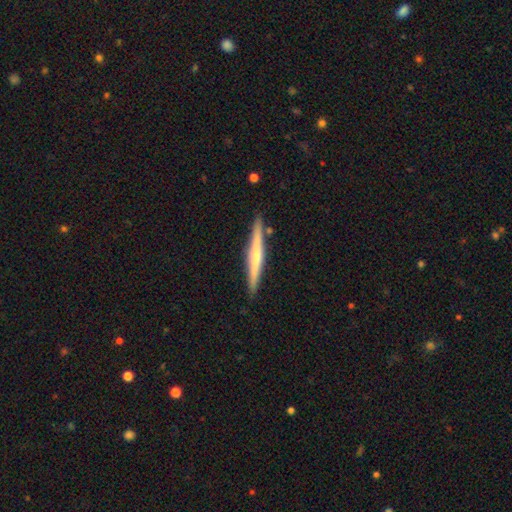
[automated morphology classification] Smooth or featured? featured or disk (58%)
Edge-on disk? yes (98%)
Edge-on bulge? rounded (52%)
Merging? none (89%)